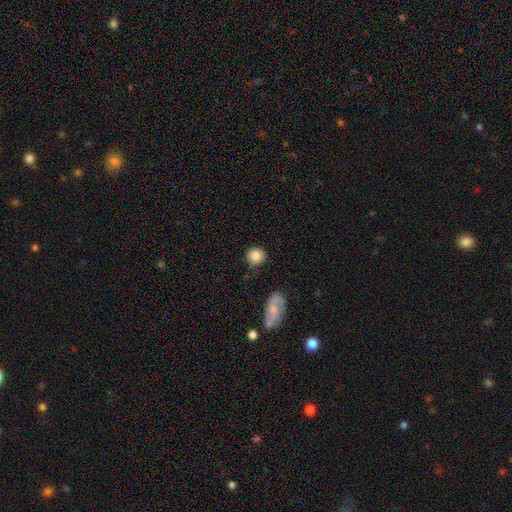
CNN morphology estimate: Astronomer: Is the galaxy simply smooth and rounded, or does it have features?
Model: smooth — 82%.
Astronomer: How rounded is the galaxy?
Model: round — 87%.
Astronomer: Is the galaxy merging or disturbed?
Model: none — 76%.